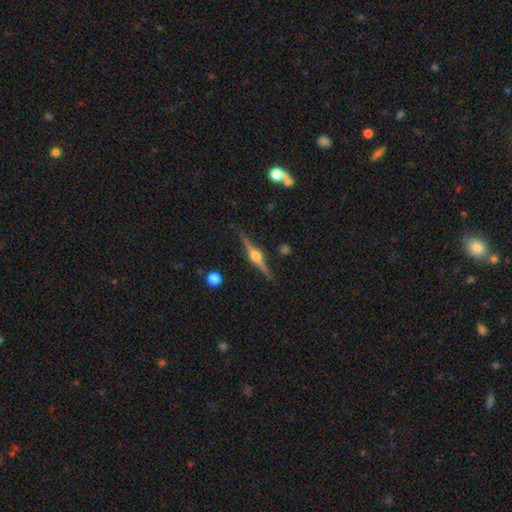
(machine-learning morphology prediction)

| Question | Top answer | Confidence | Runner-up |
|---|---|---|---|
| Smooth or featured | featured or disk | 85% | smooth (9%) |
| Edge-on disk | yes | 98% | no (2%) |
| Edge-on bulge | rounded | 95% | boxy (4%) |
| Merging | none | 88% | minor disturbance (8%) |